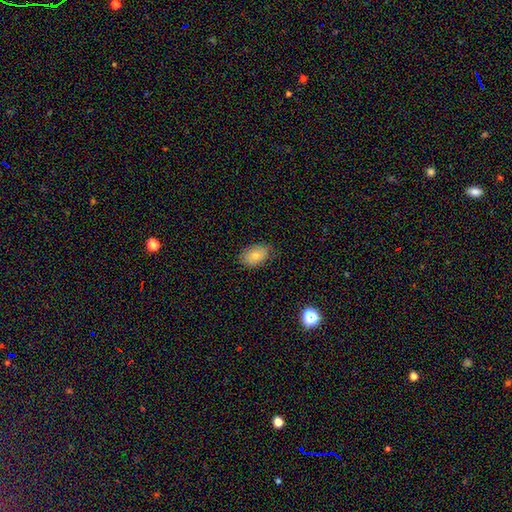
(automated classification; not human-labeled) This is likely a smooth galaxy (78%). How rounded: clearly in between (86%). Merging: likely none (80%).